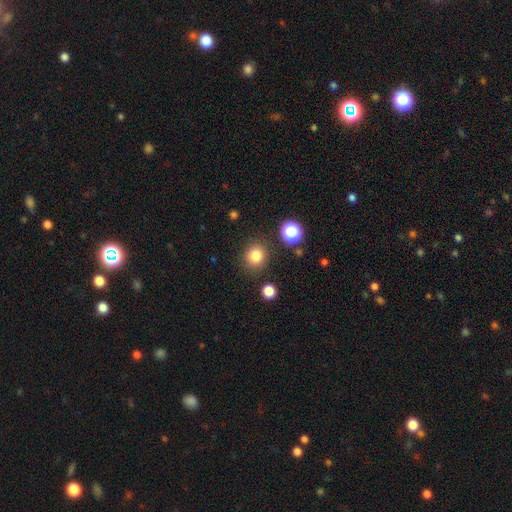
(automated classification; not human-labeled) Smooth or featured: smooth — 82% (star or artifact — 13%)
How rounded: round — 84% (in between — 15%)
Merging: none — 85% (minor disturbance — 8%)